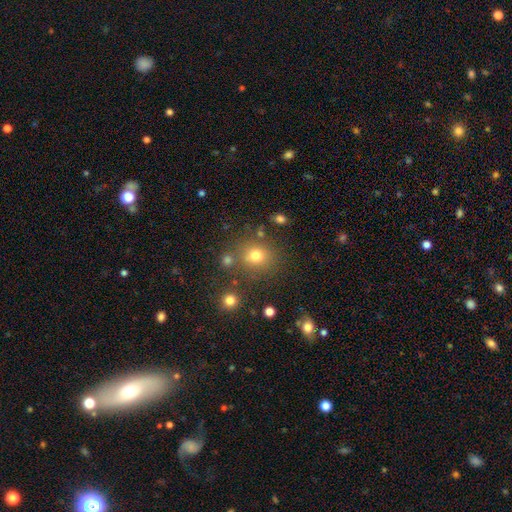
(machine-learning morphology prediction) smooth-or-featured: smooth: 75% | star or artifact: 16% | featured or disk: 8%
  how-rounded: round: 82% | in between: 17% | cigar-shaped: 1%
  merging: none: 75% | minor disturbance: 11% | merger: 9% | major disturbance: 5%